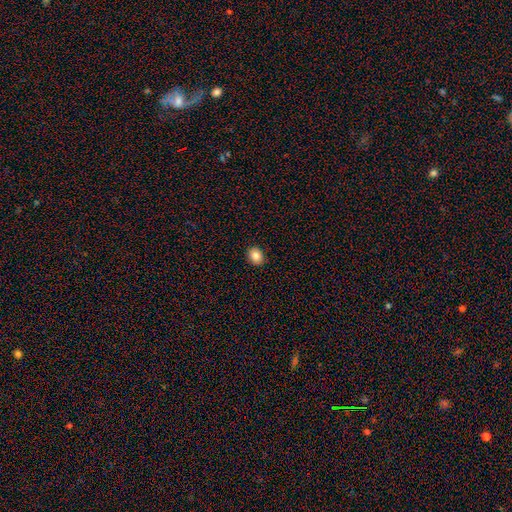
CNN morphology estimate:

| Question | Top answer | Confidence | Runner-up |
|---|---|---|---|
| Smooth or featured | smooth | 84% | star or artifact (10%) |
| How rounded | round | 57% | in between (43%) |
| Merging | none | 91% | minor disturbance (6%) |